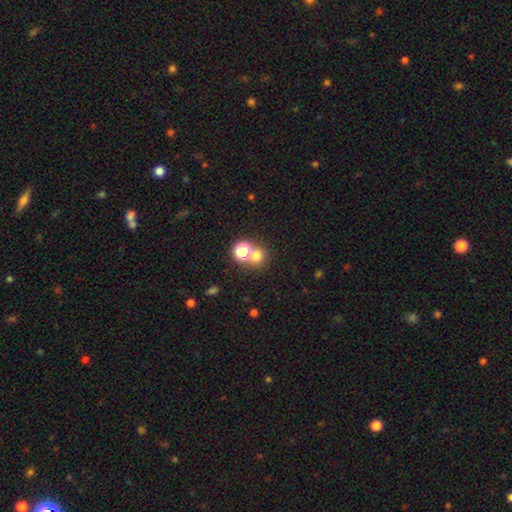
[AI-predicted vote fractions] smooth 68%, star or artifact 22%, featured or disk 9%. Down the decision tree: how rounded — round (82%); merging — none (52%).